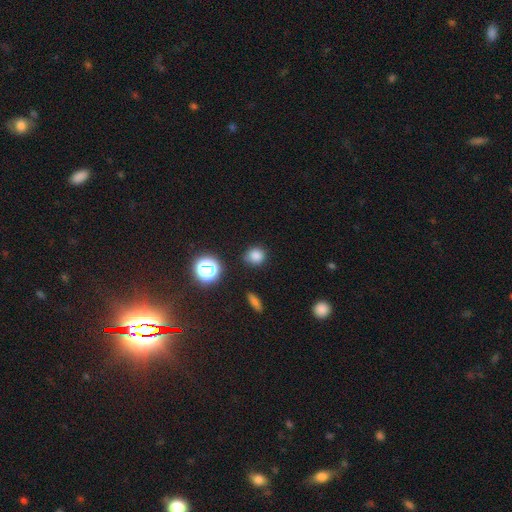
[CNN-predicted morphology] type=smooth (79%); roundness=round (83%); merging=none (82%).